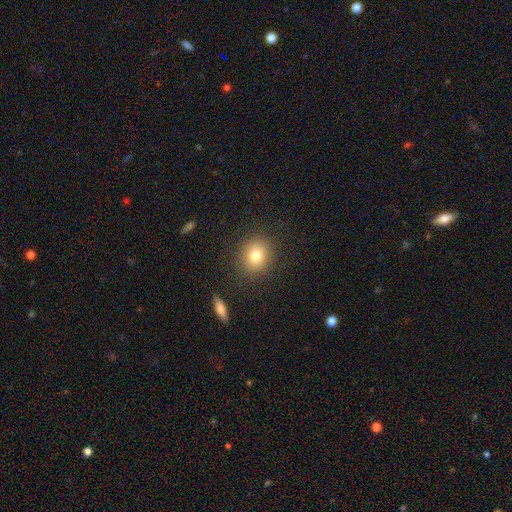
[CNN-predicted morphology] smooth_or_featured: smooth (p=0.79) [alt: star or artifact p=0.11]
how_rounded: round (p=0.75) [alt: in between p=0.24]
merging: none (p=0.86) [alt: minor disturbance p=0.08]